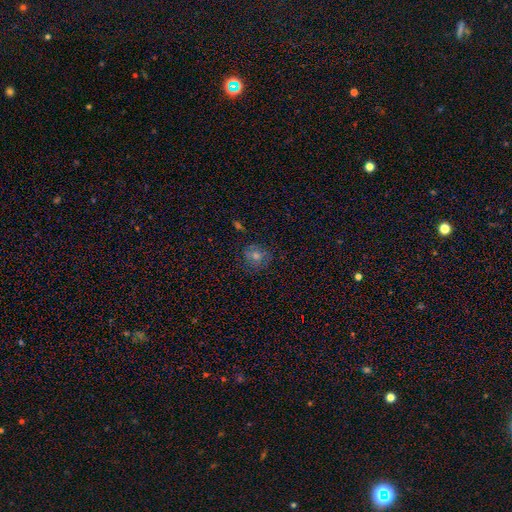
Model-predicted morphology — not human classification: type=smooth (50%); roundness=round (81%); merging=none (77%).